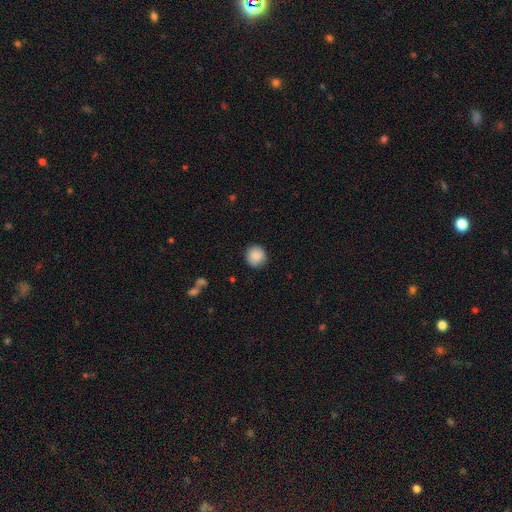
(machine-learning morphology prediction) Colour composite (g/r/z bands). It shows a smooth galaxy with no disk features (88%) that is round (92%). Merging: none (88%).